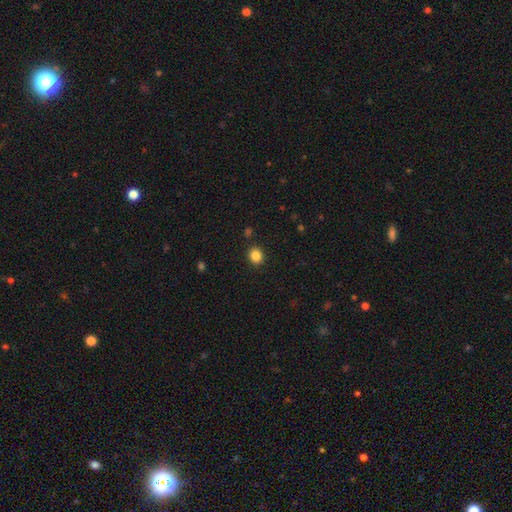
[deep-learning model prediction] smooth 85%, star or artifact 11%, featured or disk 4%. Down the decision tree: how rounded — round (69%); merging — none (89%).